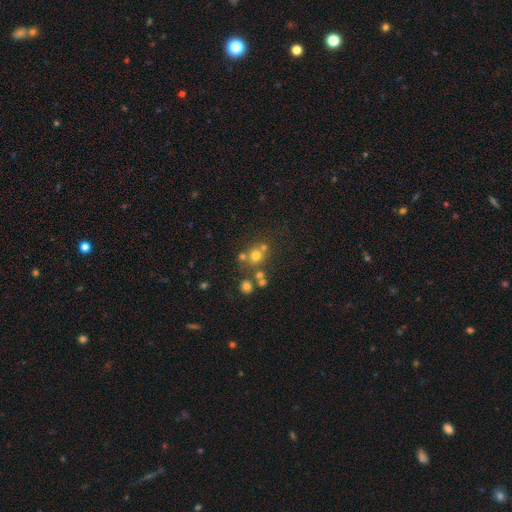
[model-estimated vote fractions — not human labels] Smooth or featured?
  - smooth: 65% *
  - star or artifact: 21%
  - featured or disk: 15%
How rounded?
  - round: 84% *
  - in between: 15%
  - cigar-shaped: 1%
Merging?
  - none: 60% *
  - merger: 26%
  - minor disturbance: 10%
  - major disturbance: 5%